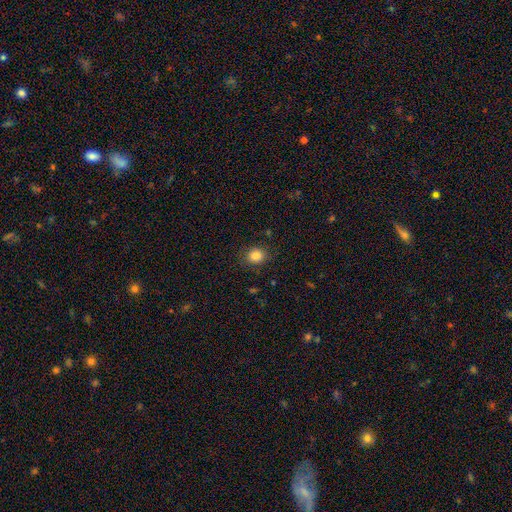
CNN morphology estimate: The model was most divided on "how rounded": round: 75%, in between: 24%, cigar-shaped: 1%. More confident: smooth or featured — smooth (85%); merging — none (85%).